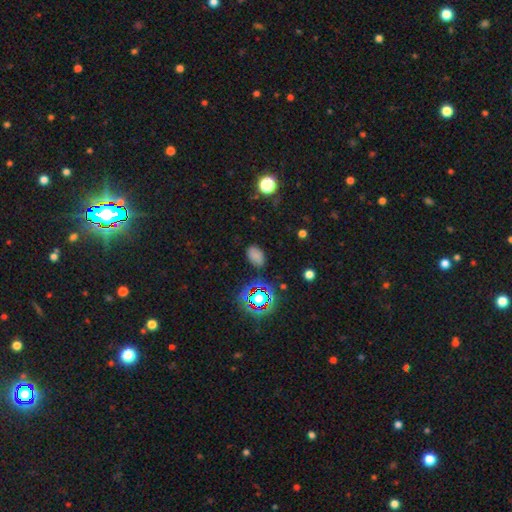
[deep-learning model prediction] Morphology: type=smooth (68%); roundness=in between (88%); merging=none (74%).